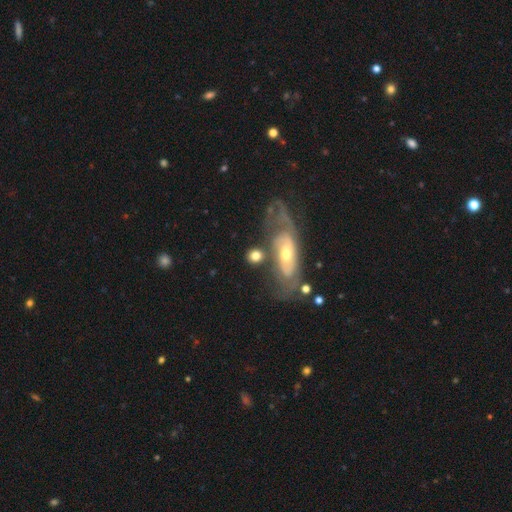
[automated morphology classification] This appears to be a smooth galaxy with no disk features (58%) that is round (57%). Merging: none (58%).